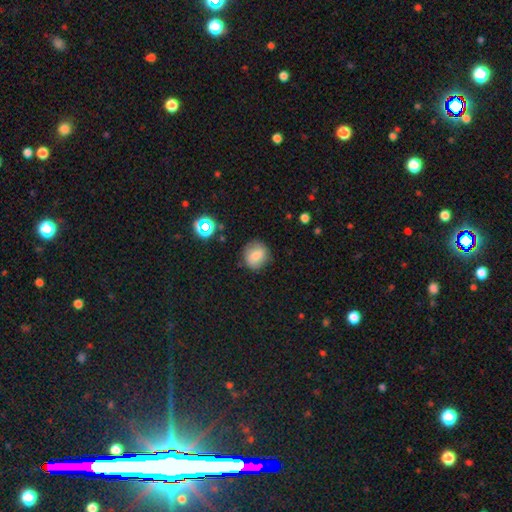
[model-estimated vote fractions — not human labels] The model was most divided on "smooth or featured": smooth: 77%, featured or disk: 11%, star or artifact: 11%. More confident: how rounded — round (83%); merging — none (82%).